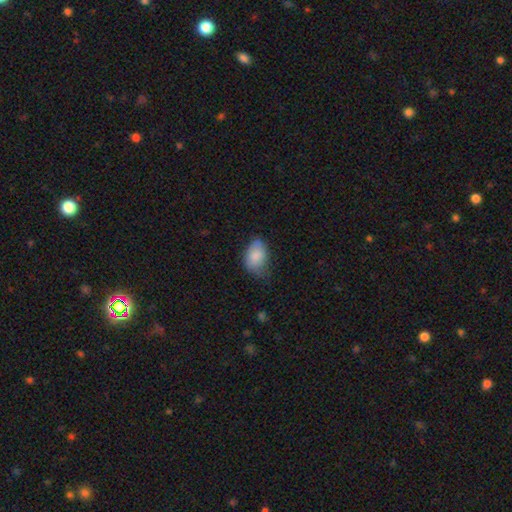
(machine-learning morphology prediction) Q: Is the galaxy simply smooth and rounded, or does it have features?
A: smooth — 82%.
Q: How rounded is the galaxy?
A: in between — 84%.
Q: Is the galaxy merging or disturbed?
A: none — 44%.